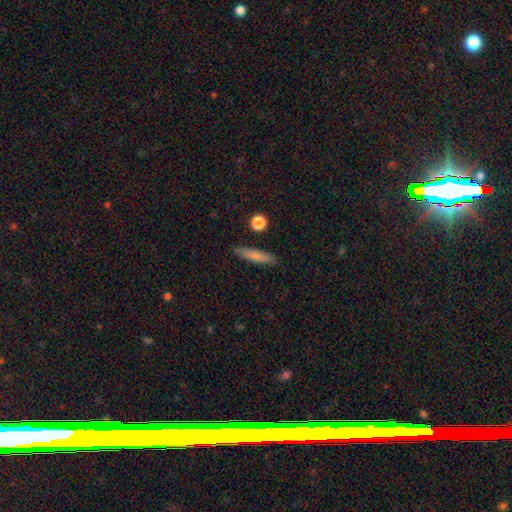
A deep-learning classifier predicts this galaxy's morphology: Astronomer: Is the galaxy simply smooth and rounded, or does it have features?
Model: smooth — 77%.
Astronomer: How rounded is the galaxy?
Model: cigar-shaped — 86%.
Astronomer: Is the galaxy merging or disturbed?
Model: none — 87%.